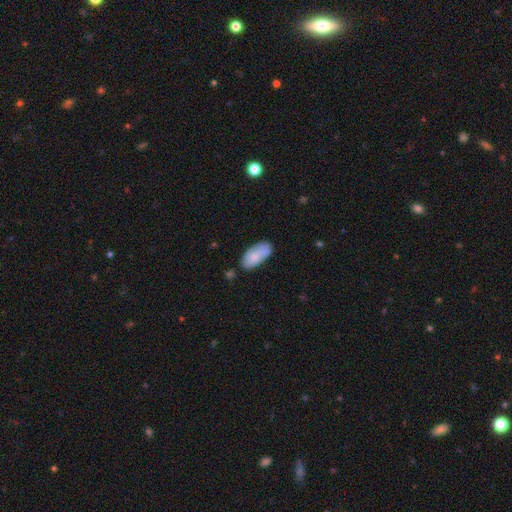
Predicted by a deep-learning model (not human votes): smooth-or-featured: smooth: 77% | featured or disk: 17% | star or artifact: 6%
  how-rounded: in between: 92% | cigar-shaped: 5% | round: 2%
  merging: none: 63% | minor disturbance: 25% | merger: 7% | major disturbance: 5%